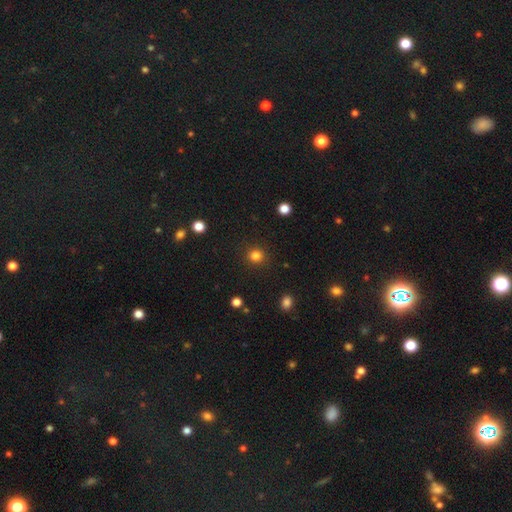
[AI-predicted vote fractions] The model was most divided on "smooth or featured": smooth: 83%, star or artifact: 13%, featured or disk: 4%. More confident: merging — none (91%); how rounded — round (90%).